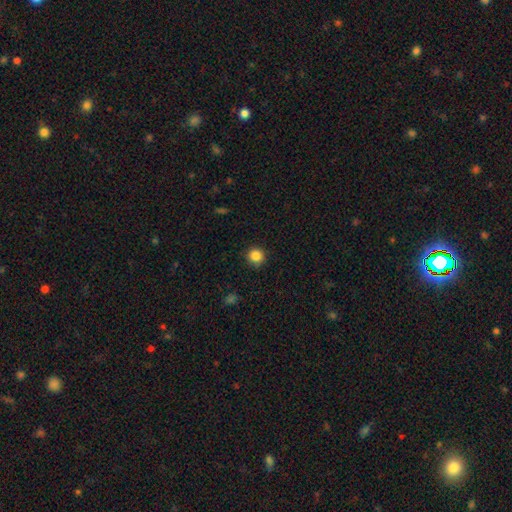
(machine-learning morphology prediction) Smooth or featured?
  - smooth: 85% *
  - star or artifact: 11%
  - featured or disk: 4%
How rounded?
  - round: 93% *
  - in between: 6%
  - cigar-shaped: 1%
Merging?
  - none: 90% *
  - minor disturbance: 7%
  - major disturbance: 2%
  - merger: 1%